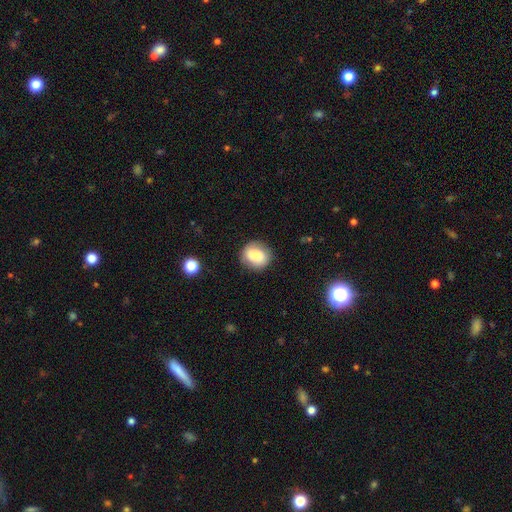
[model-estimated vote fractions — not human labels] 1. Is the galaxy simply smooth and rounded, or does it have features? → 81% smooth, 10% featured or disk, 8% star or artifact.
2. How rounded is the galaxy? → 66% round, 33% in between, 1% cigar-shaped.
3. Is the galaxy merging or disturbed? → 78% none, 16% minor disturbance, 4% major disturbance, 2% merger.